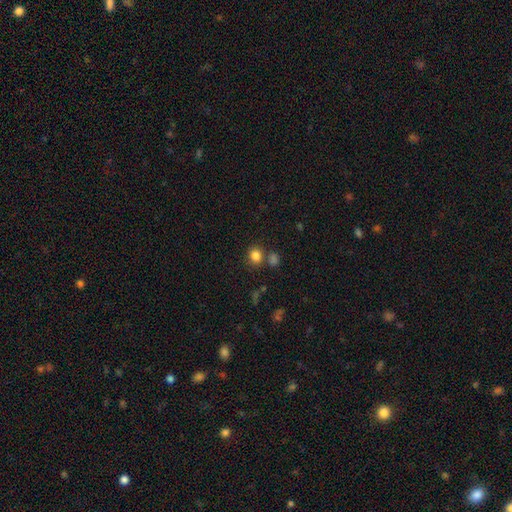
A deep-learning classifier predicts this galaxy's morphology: Smooth or featured: smooth — 82% (star or artifact — 12%)
How rounded: round — 80% (in between — 19%)
Merging: none — 73% (merger — 14%)